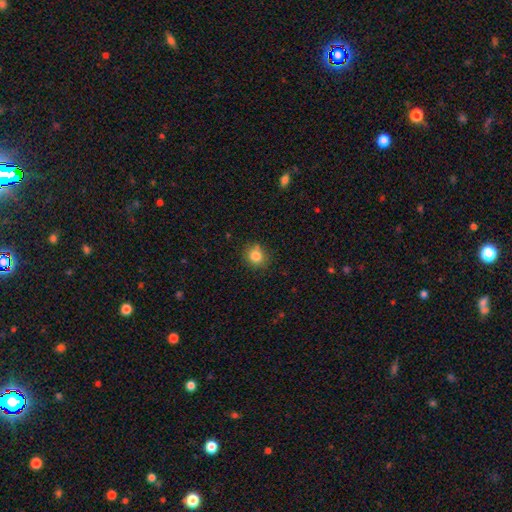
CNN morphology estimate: Smooth or featured: smooth — 83% (star or artifact — 11%)
How rounded: round — 81% (in between — 18%)
Merging: none — 78% (minor disturbance — 14%)